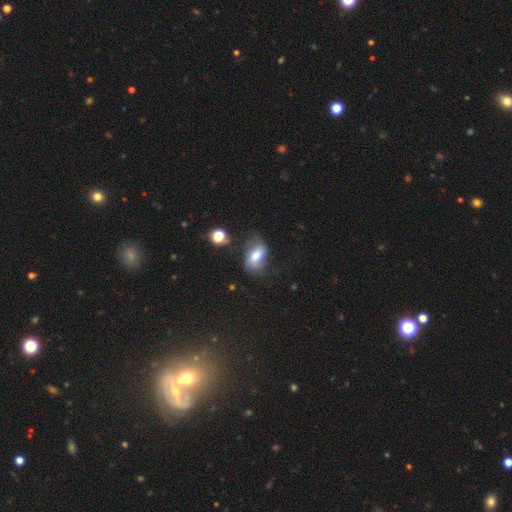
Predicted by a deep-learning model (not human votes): Smooth or featured: smooth — 62% (featured or disk — 27%)
How rounded: in between — 86% (round — 11%)
Merging: none — 47% (minor disturbance — 30%)